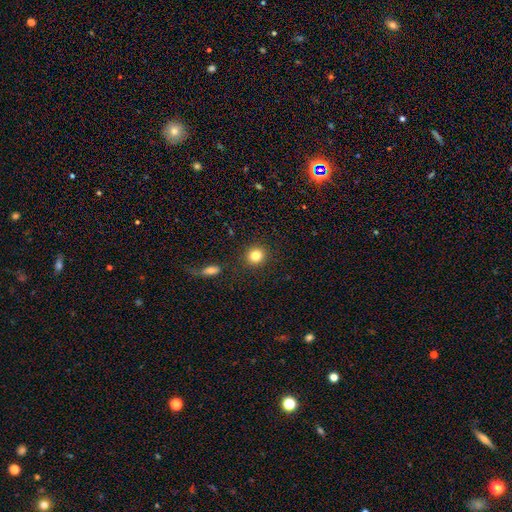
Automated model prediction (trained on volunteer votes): smooth_or_featured: smooth (p=0.83) [alt: star or artifact p=0.10]
how_rounded: round (p=0.88) [alt: in between p=0.11]
merging: none (p=0.88) [alt: minor disturbance p=0.06]